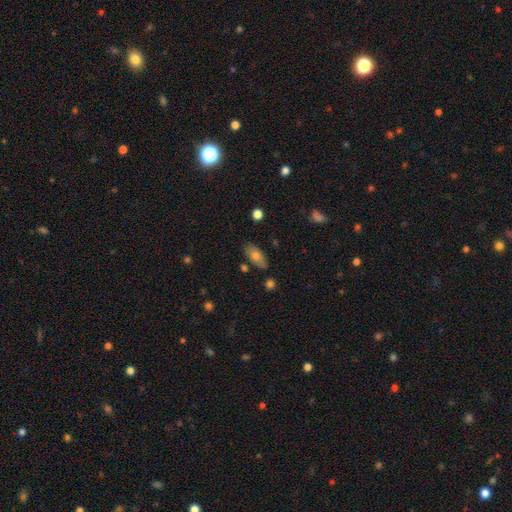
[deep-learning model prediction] smooth_or_featured: smooth (p=0.72) [alt: featured or disk p=0.20]
how_rounded: in between (p=0.89) [alt: cigar-shaped p=0.07]
merging: none (p=0.80) [alt: minor disturbance p=0.14]